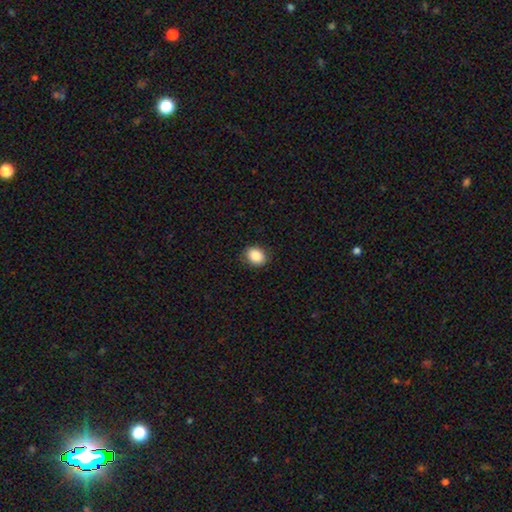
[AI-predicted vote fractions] The model was most divided on "how rounded": round: 54%, in between: 46%, cigar-shaped: 1%. More confident: smooth or featured — smooth (87%); merging — none (87%).